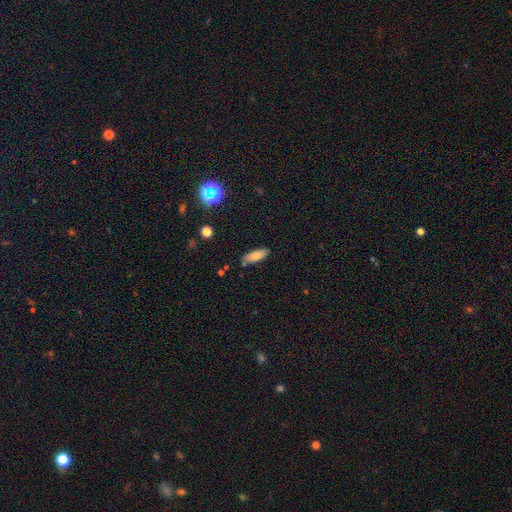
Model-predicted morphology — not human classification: The model was most divided on "how rounded": in between: 71%, cigar-shaped: 27%, round: 2%. More confident: merging — none (83%); smooth or featured — smooth (79%).